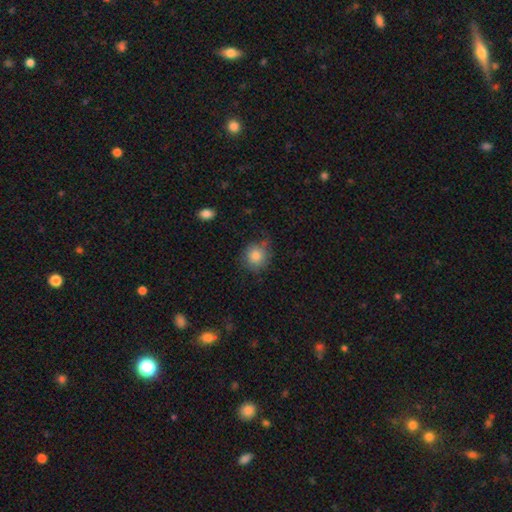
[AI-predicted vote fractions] This is clearly a smooth galaxy (82%). How rounded: clearly round (89%). Merging: likely none (72%).